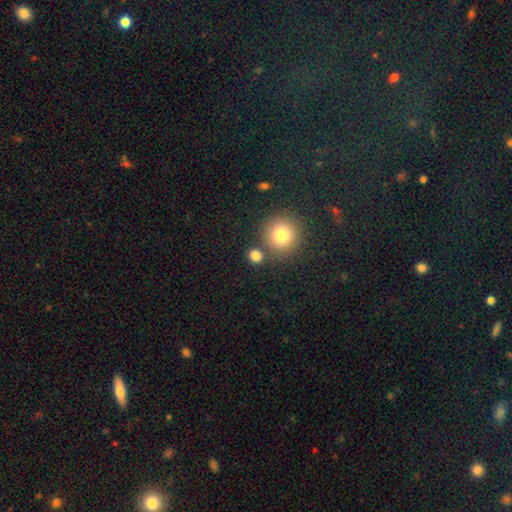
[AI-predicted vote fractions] Smooth or featured?
  - smooth: 81% *
  - star or artifact: 13%
  - featured or disk: 6%
How rounded?
  - round: 82% *
  - in between: 17%
  - cigar-shaped: 1%
Merging?
  - none: 76% *
  - merger: 12%
  - minor disturbance: 8%
  - major disturbance: 3%